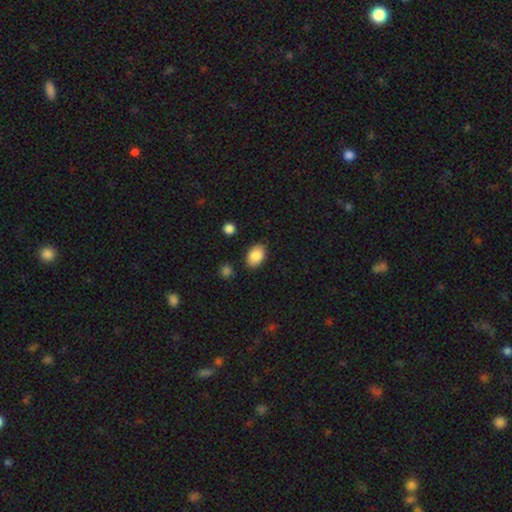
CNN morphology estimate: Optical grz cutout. It shows a smooth galaxy with no disk features (88%) that is in between round and cigar-shaped (87%). Merging: none (85%).